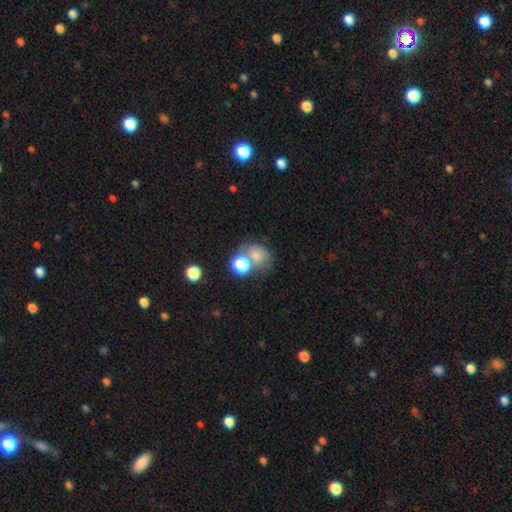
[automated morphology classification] This appears to be a smooth galaxy with no disk features (66%) that is round (57%). Merging: none (37%).